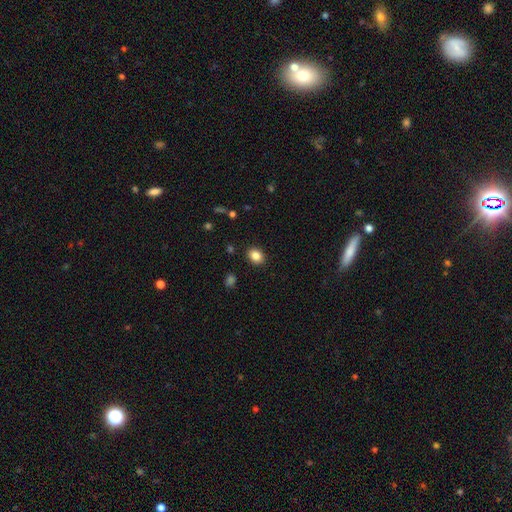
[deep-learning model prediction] smooth-or-featured: smooth: 85% | star or artifact: 10% | featured or disk: 5%
  how-rounded: in between: 52% | round: 47% | cigar-shaped: 1%
  merging: none: 89% | minor disturbance: 7% | major disturbance: 2% | merger: 1%